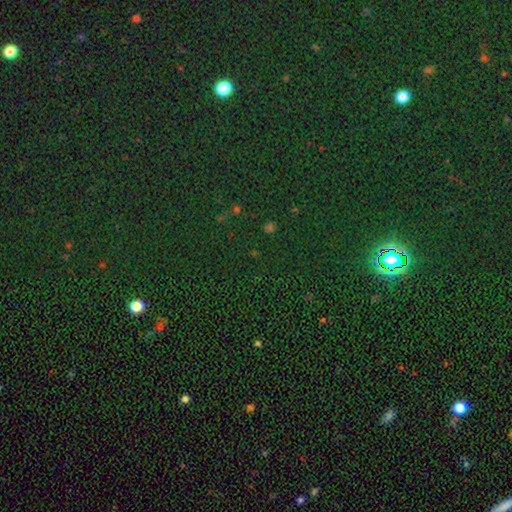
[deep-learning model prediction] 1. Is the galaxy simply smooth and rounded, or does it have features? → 78% star or artifact, 14% smooth, 8% featured or disk.